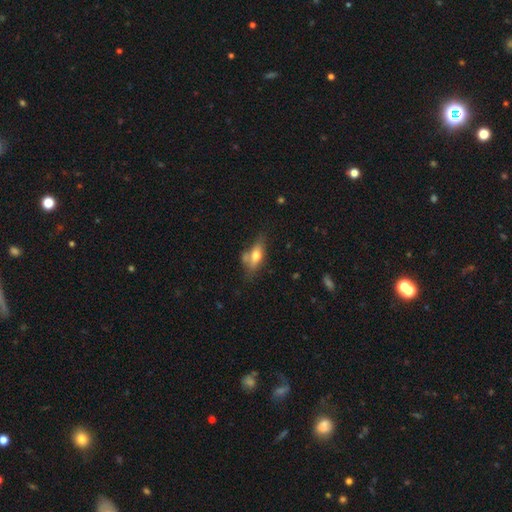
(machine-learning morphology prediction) Smooth or featured? Predicted: smooth (p=0.59). How rounded? Predicted: in between (p=0.71). Merging? Predicted: none (p=0.52).